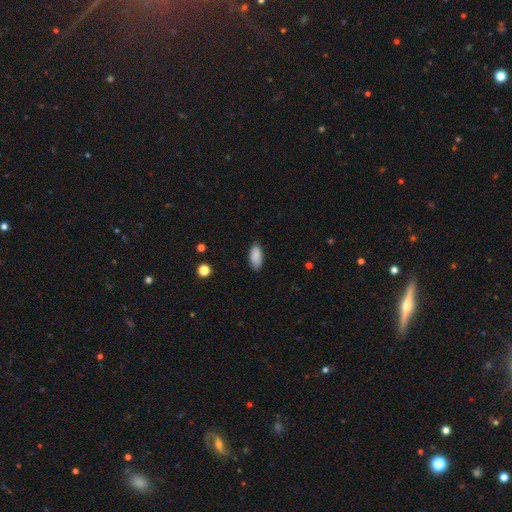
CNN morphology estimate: Smooth or featured?
  - smooth: 88% *
  - star or artifact: 7%
  - featured or disk: 5%
How rounded?
  - in between: 90% *
  - cigar-shaped: 7%
  - round: 2%
Merging?
  - none: 84% *
  - minor disturbance: 13%
  - major disturbance: 2%
  - merger: 1%